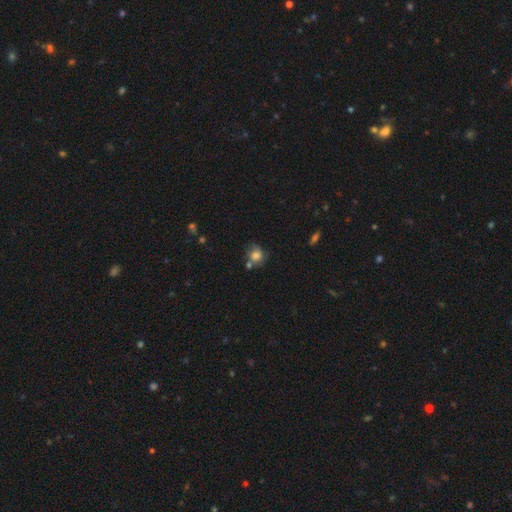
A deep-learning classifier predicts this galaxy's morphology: A smooth galaxy with no disk features (73%) that is round (75%). Merging: none (49%).